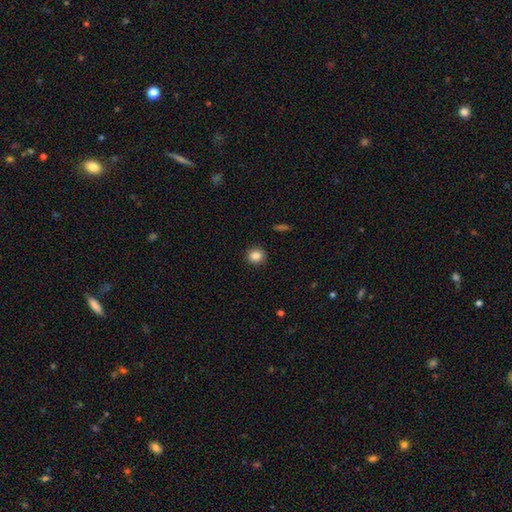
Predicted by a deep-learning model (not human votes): smooth 85%, star or artifact 10%, featured or disk 5%. Down the decision tree: how rounded — round (90%); merging — none (92%).